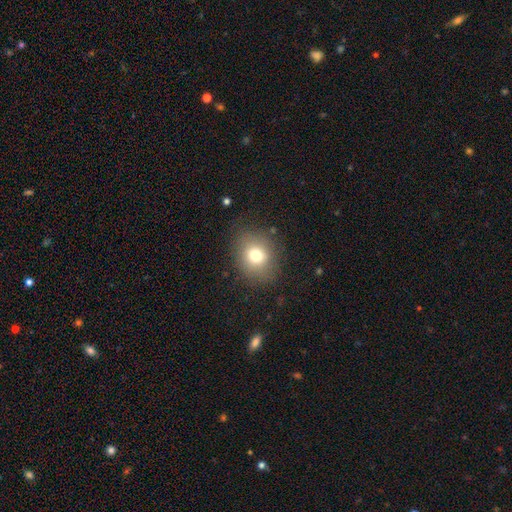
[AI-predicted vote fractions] Smooth or featured? Predicted: smooth (p=0.76). How rounded? Predicted: round (p=0.64). Merging? Predicted: none (p=0.81).